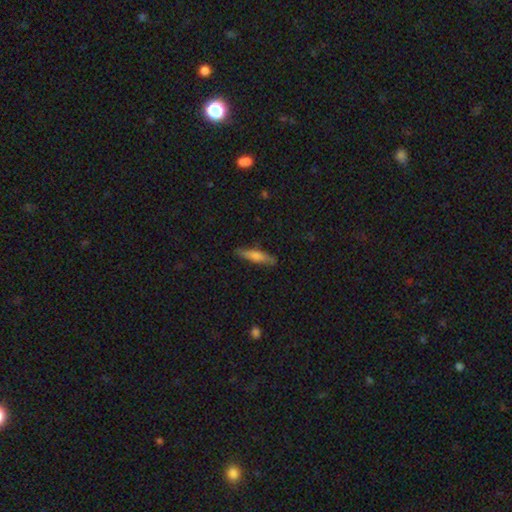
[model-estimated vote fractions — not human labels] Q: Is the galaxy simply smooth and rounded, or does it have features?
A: smooth — 60%.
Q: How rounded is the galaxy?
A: cigar-shaped — 85%.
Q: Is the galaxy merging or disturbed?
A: none — 85%.